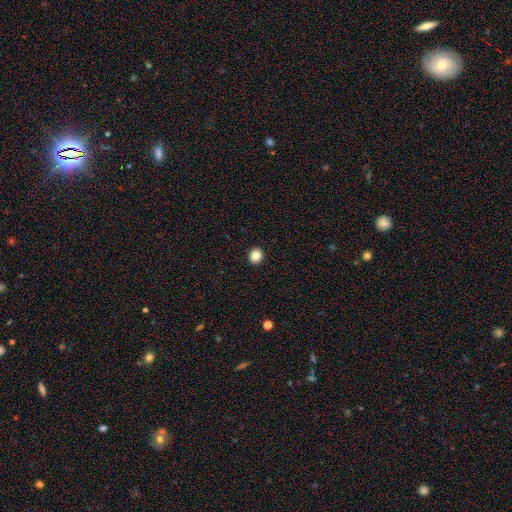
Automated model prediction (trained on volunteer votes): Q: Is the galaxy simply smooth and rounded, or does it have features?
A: smooth — 85%.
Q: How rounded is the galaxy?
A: round — 78%.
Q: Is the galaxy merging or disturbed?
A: none — 93%.